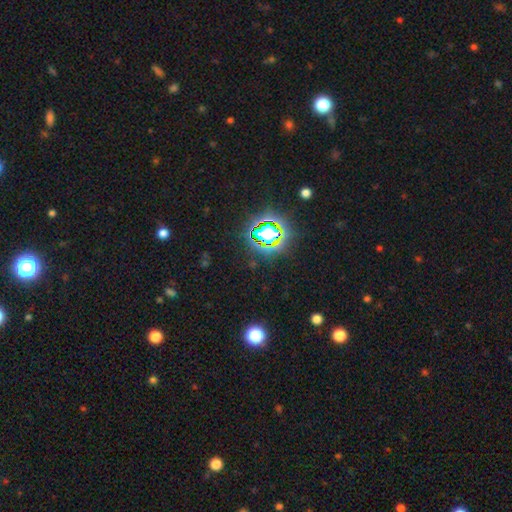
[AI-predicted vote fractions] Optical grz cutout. It shows a star or artifact, not a galaxy (80%).